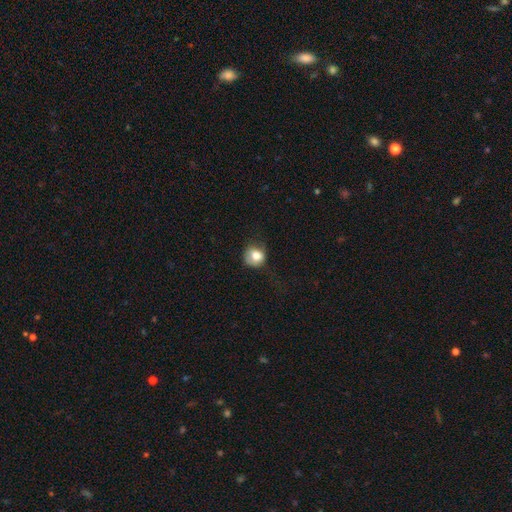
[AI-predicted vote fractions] smooth_or_featured: smooth (p=0.78) [alt: featured or disk p=0.13]
how_rounded: round (p=0.76) [alt: in between p=0.23]
merging: none (p=0.54) [alt: minor disturbance p=0.28]